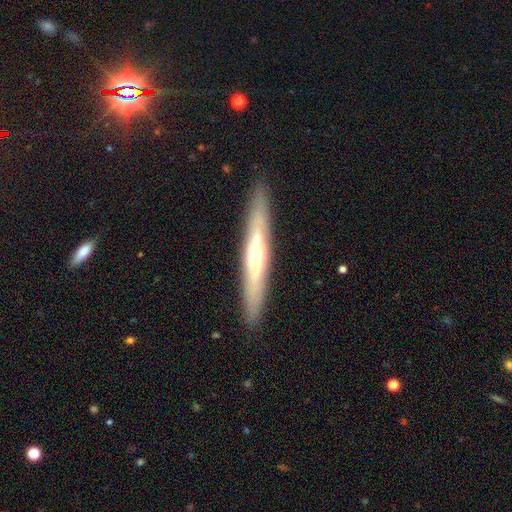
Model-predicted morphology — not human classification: This is likely a featured or disk galaxy (65%). It is clearly viewed edge-on (88%). Edge-on bulge: likely rounded (76%). Merging: clearly none (90%).